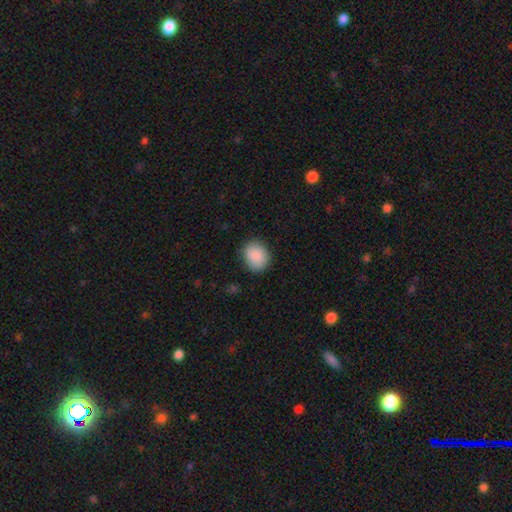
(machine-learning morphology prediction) This is clearly a smooth galaxy (89%). How rounded: possibly round (59%). Merging: clearly none (83%).